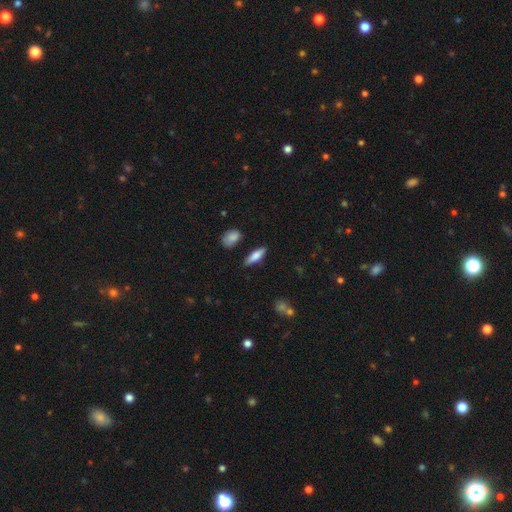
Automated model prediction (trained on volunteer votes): Q: Smooth or featured?
A: smooth (75%); runner-up: featured or disk (19%)
Q: How rounded?
A: cigar-shaped (50%); runner-up: in between (47%)
Q: Merging?
A: none (82%); runner-up: minor disturbance (13%)